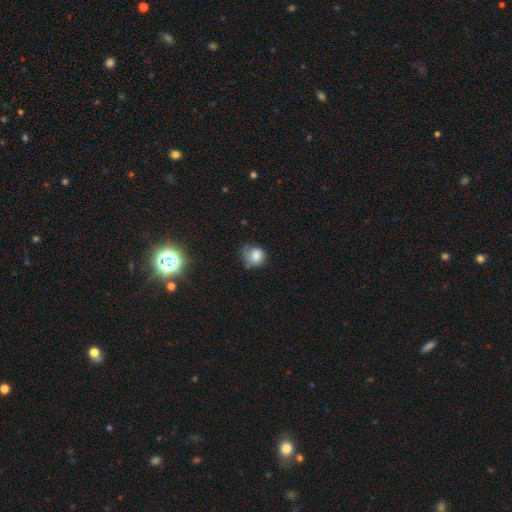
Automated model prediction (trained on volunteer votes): Morphology: type=smooth (78%); roundness=round (72%); merging=none (47%).